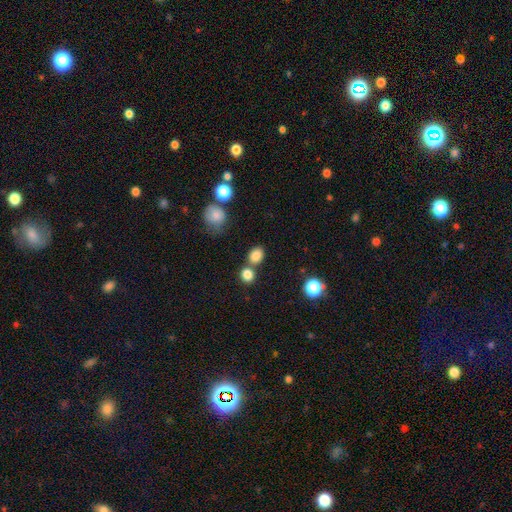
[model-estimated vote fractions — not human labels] The model was most divided on "how rounded": in between: 55%, round: 44%, cigar-shaped: 1%. More confident: smooth or featured — smooth (83%); merging — none (60%).